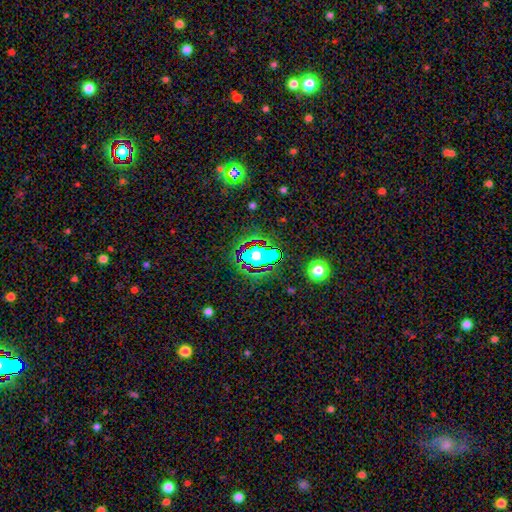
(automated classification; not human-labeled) smooth-or-featured: star or artifact: 50% | smooth: 35% | featured or disk: 15%